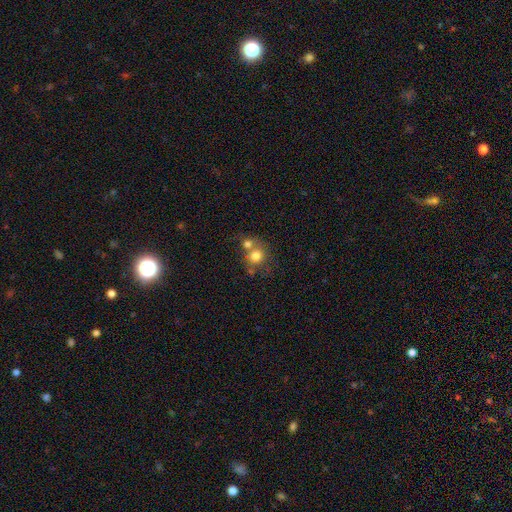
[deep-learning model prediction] smooth 75%, featured or disk 14%, star or artifact 11%. Down the decision tree: how rounded — round (83%); merging — merger (45%).